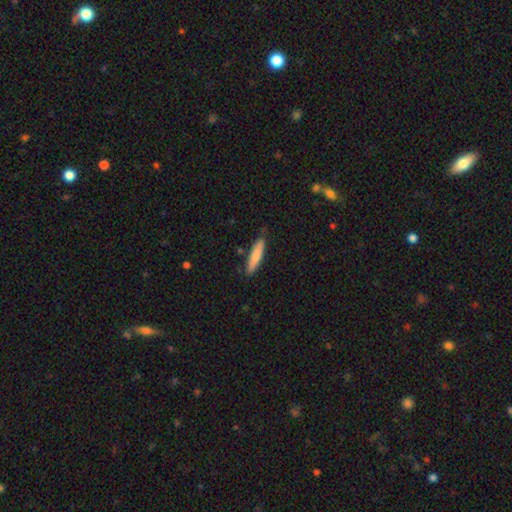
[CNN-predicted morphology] Smooth or featured? Predicted: smooth (p=0.78). How rounded? Predicted: cigar-shaped (p=0.83). Merging? Predicted: none (p=0.81).